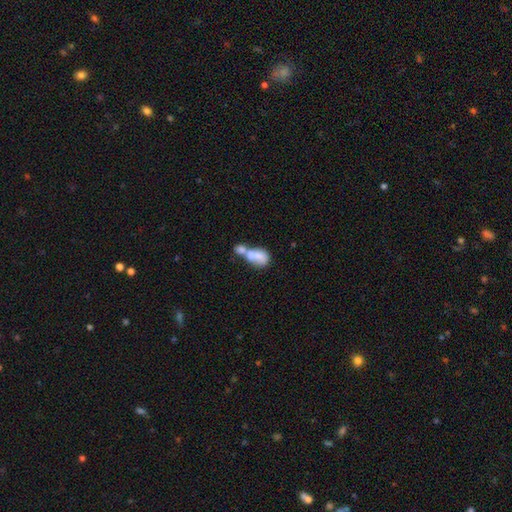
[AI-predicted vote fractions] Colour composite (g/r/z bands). It shows a smooth galaxy with no disk features (64%) that is in between round and cigar-shaped (77%). Merging: merger (70%).